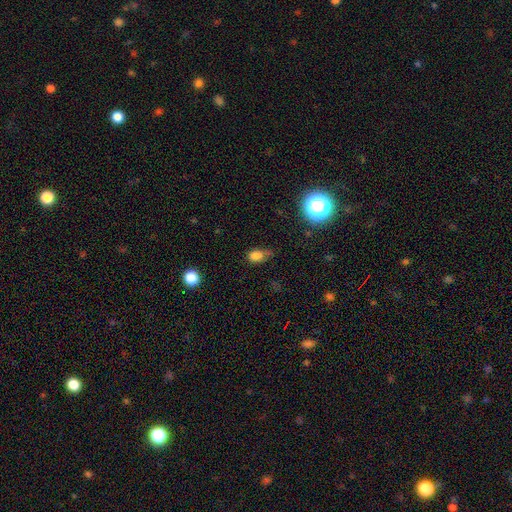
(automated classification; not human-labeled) Smooth or featured? Predicted: smooth (p=0.76). How rounded? Predicted: in between (p=0.74). Merging? Predicted: none (p=0.39).